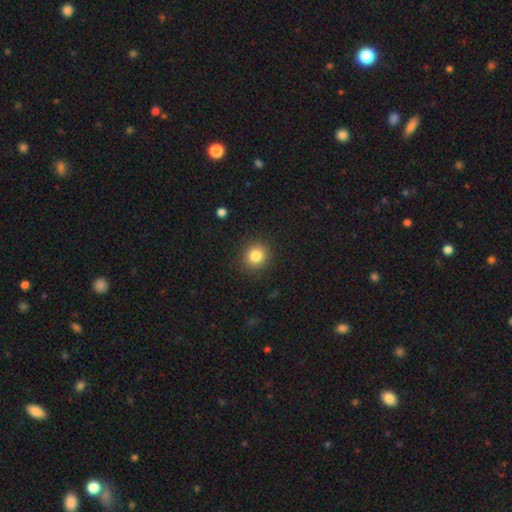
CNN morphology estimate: smooth_or_featured: smooth (p=0.83) [alt: star or artifact p=0.11]
how_rounded: round (p=0.87) [alt: in between p=0.12]
merging: none (p=0.90) [alt: minor disturbance p=0.07]